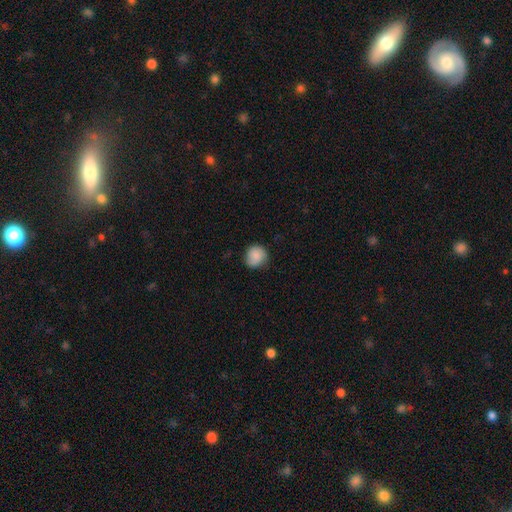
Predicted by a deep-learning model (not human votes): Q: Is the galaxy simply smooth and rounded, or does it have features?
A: smooth — 84%.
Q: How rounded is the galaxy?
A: round — 86%.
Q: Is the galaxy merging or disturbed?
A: none — 75%.